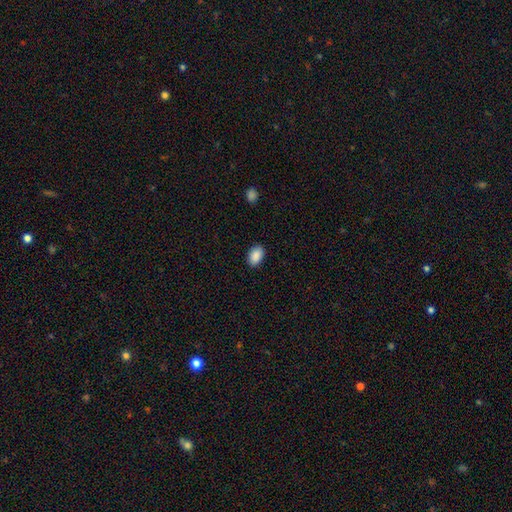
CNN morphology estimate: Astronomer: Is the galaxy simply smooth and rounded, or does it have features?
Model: smooth — 89%.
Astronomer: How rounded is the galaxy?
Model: in between — 89%.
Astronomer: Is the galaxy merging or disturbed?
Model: none — 87%.